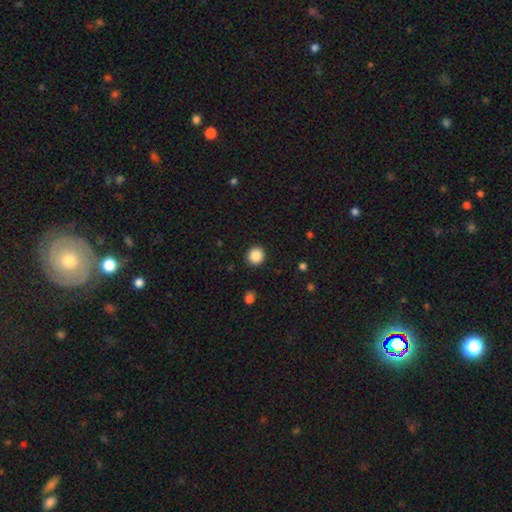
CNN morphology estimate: The model was most divided on "smooth or featured": smooth: 87%, star or artifact: 10%, featured or disk: 3%. More confident: how rounded — round (93%); merging — none (92%).